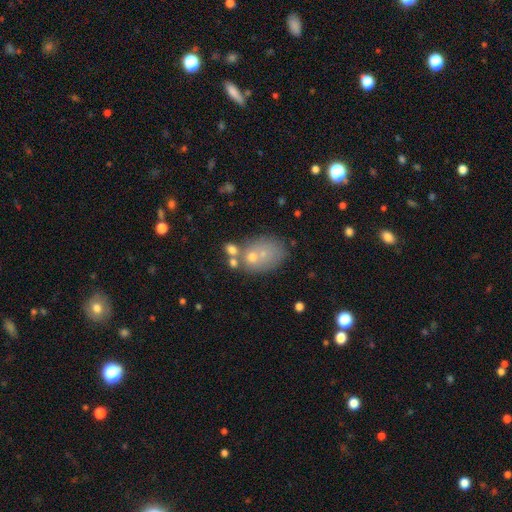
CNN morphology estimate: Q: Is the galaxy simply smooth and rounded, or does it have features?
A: smooth — 59%.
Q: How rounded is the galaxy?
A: in between — 70%.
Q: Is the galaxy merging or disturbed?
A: none — 51%.